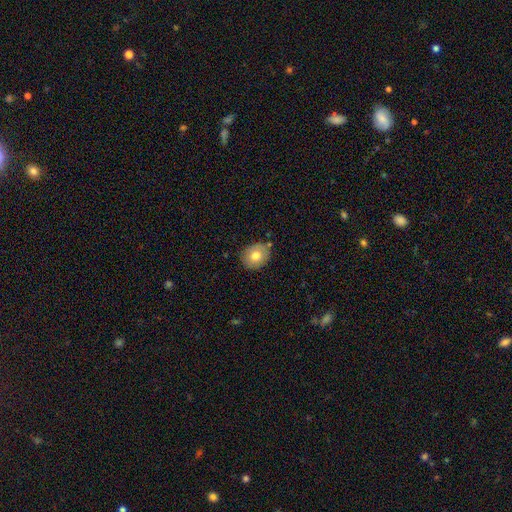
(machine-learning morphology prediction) This appears to be a smooth galaxy with no disk features (75%) that is round (57%). Merging: none (83%).